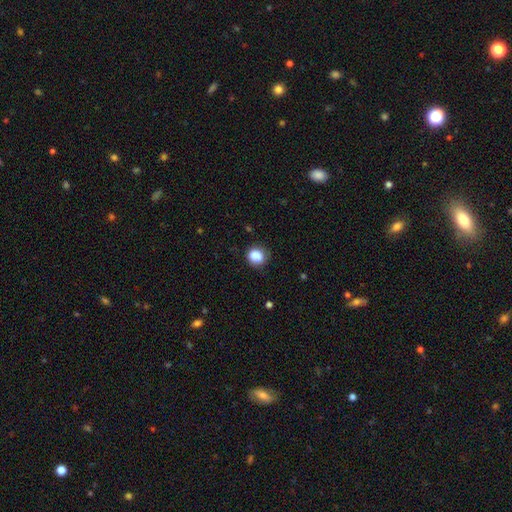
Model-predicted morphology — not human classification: Smooth or featured? smooth (86%)
How rounded? round (78%)
Merging? none (79%)